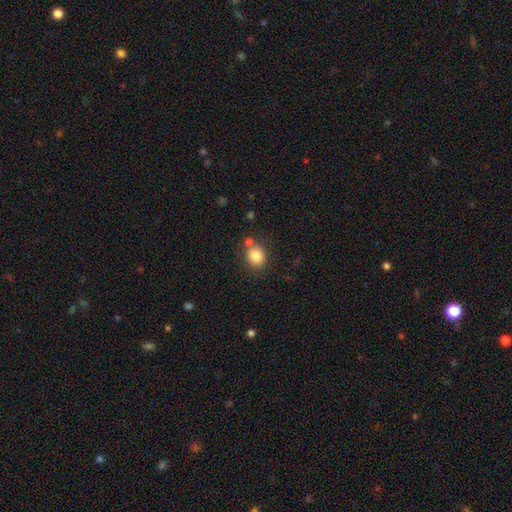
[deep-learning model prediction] Morphology: type=smooth (84%); roundness=round (75%); merging=none (71%).